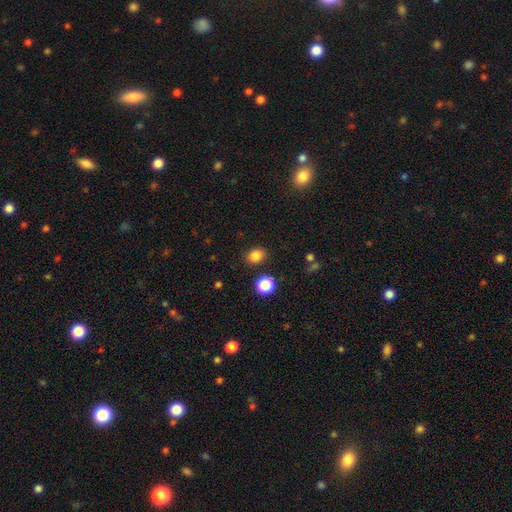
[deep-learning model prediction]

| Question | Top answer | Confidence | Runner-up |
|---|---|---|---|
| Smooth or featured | smooth | 84% | star or artifact (12%) |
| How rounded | round | 50% | in between (49%) |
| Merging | none | 86% | minor disturbance (8%) |